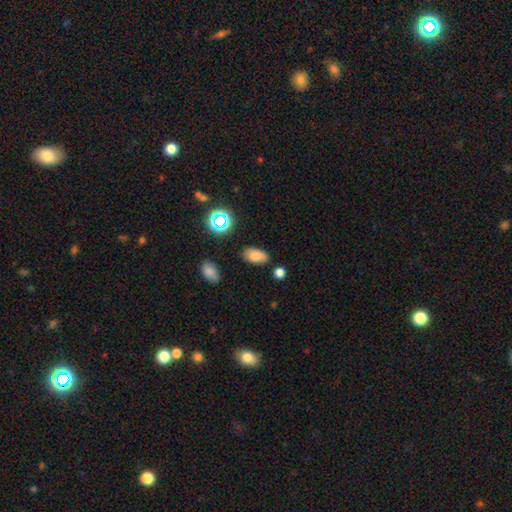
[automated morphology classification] This appears to be a smooth galaxy with no disk features (79%) that is in between round and cigar-shaped (92%). Merging: none (80%).